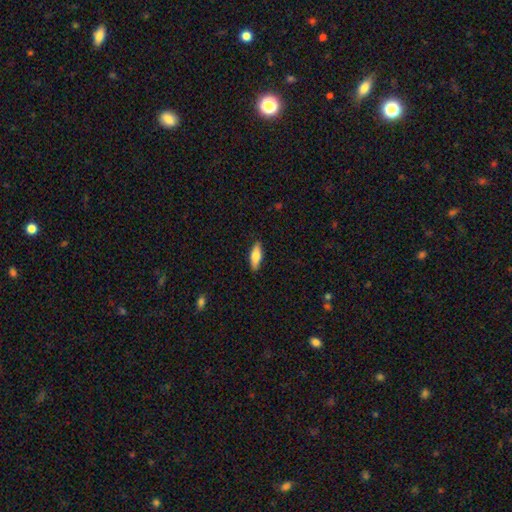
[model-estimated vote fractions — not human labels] smooth-or-featured: smooth: 70% | featured or disk: 24% | star or artifact: 6%
  how-rounded: in between: 57% | cigar-shaped: 40% | round: 2%
  merging: none: 88% | minor disturbance: 9% | major disturbance: 2% | merger: 1%